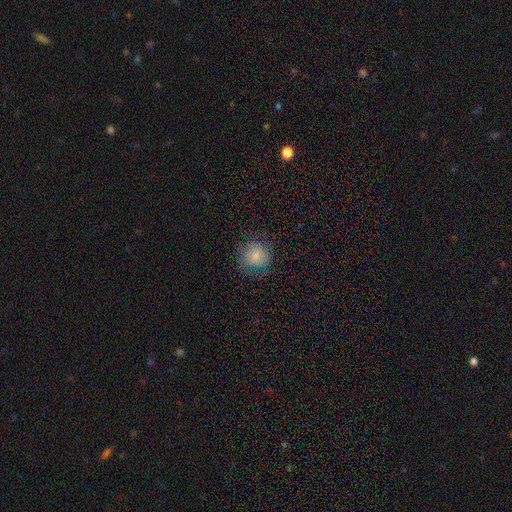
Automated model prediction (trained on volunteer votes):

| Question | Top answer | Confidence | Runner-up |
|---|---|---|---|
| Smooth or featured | smooth | 78% | featured or disk (12%) |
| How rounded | round | 85% | in between (14%) |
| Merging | none | 69% | minor disturbance (20%) |